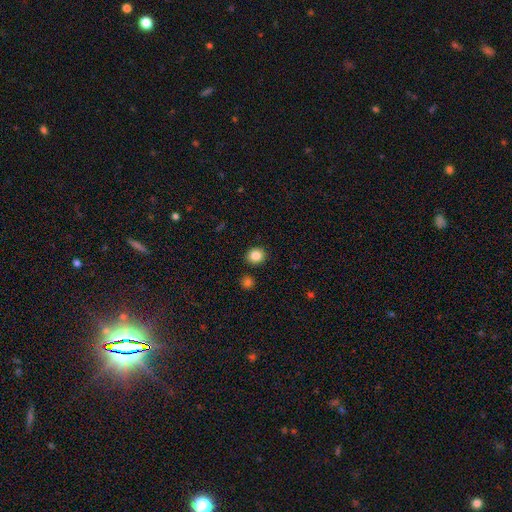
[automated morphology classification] Smooth or featured: smooth — 85% (star or artifact — 10%)
How rounded: round — 80% (in between — 19%)
Merging: none — 89% (minor disturbance — 6%)